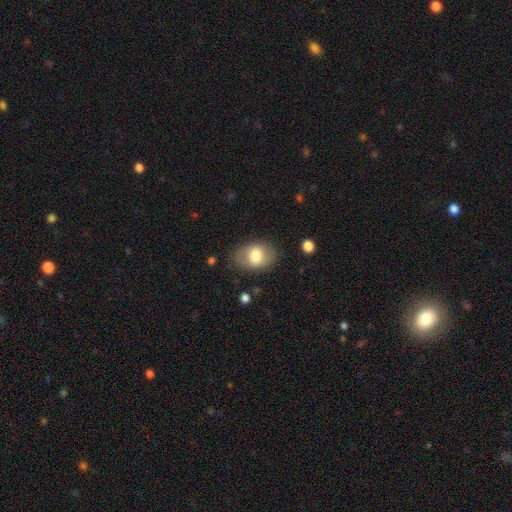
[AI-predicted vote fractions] Smooth or featured: smooth — 70% (featured or disk — 23%)
How rounded: in between — 78% (round — 21%)
Merging: none — 77% (minor disturbance — 15%)